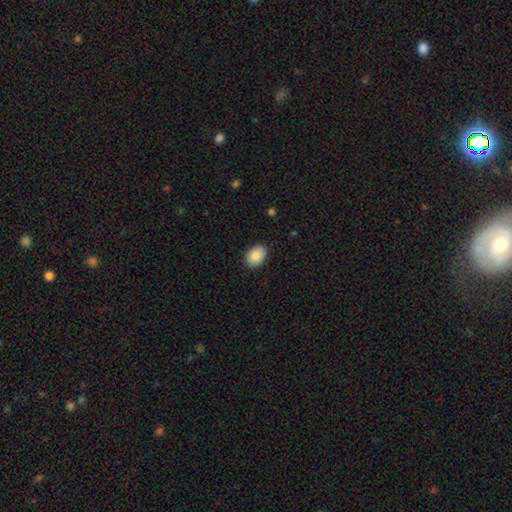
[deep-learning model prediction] Smooth or featured? smooth (88%)
How rounded? in between (81%)
Merging? none (86%)